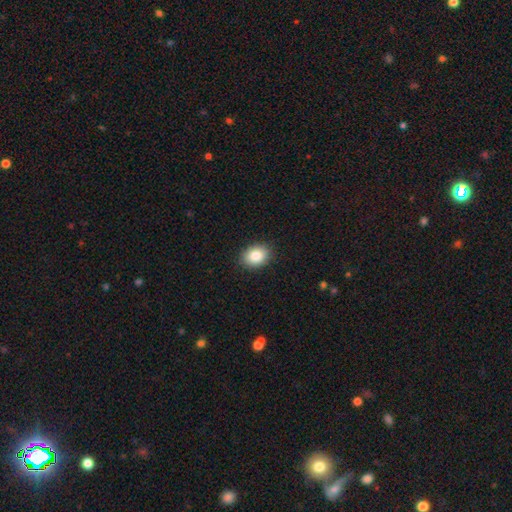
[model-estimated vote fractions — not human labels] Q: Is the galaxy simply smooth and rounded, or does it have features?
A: smooth — 86%.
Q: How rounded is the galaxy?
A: in between — 70%.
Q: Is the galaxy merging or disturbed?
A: none — 89%.